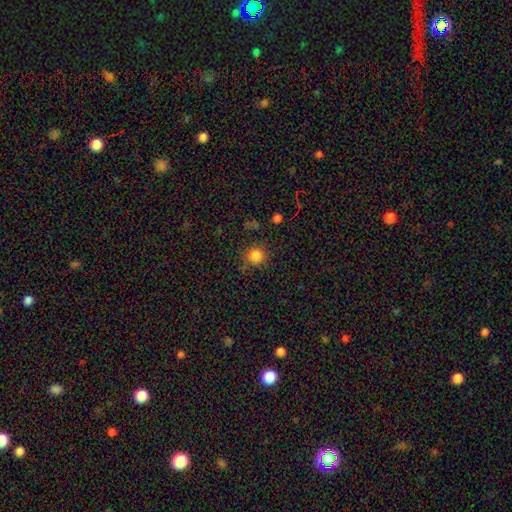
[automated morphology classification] This is clearly a smooth galaxy (83%). How rounded: clearly round (92%). Merging: clearly none (82%).